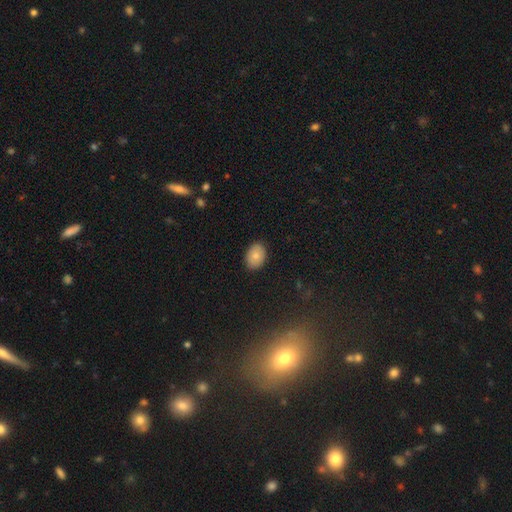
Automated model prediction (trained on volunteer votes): The model was most divided on "how rounded": in between: 79%, round: 20%, cigar-shaped: 1%. More confident: merging — none (88%); smooth or featured — smooth (79%).